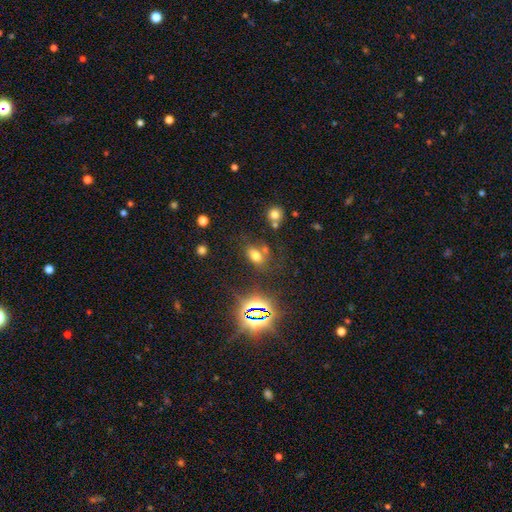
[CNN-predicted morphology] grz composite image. It shows a smooth galaxy with no disk features (64%) that is in between round and cigar-shaped (80%). Merging: none (62%).